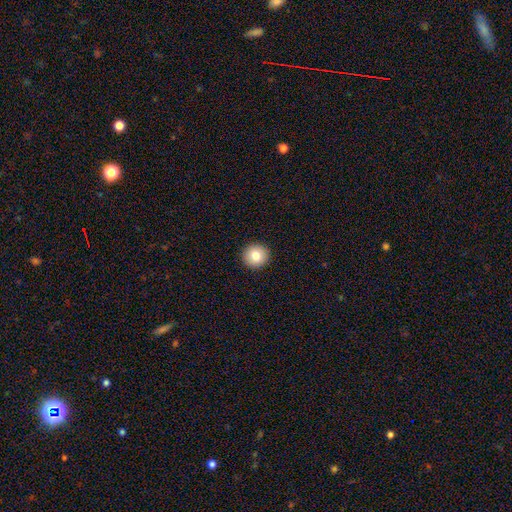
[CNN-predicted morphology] This appears to be a smooth galaxy with no disk features (81%) that is round (94%). Merging: none (93%).